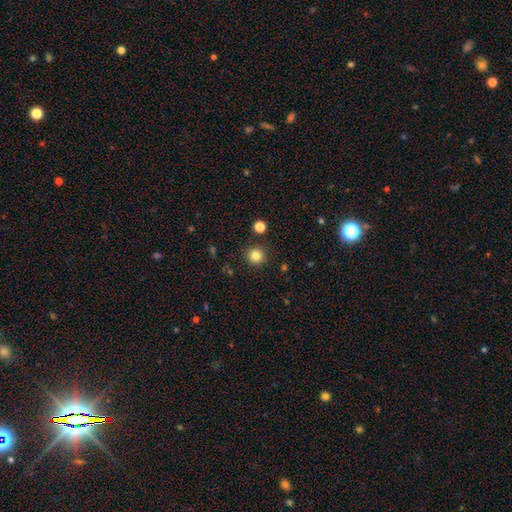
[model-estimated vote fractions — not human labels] smooth 82%, star or artifact 13%, featured or disk 5%. Down the decision tree: how rounded — round (94%); merging — none (90%).